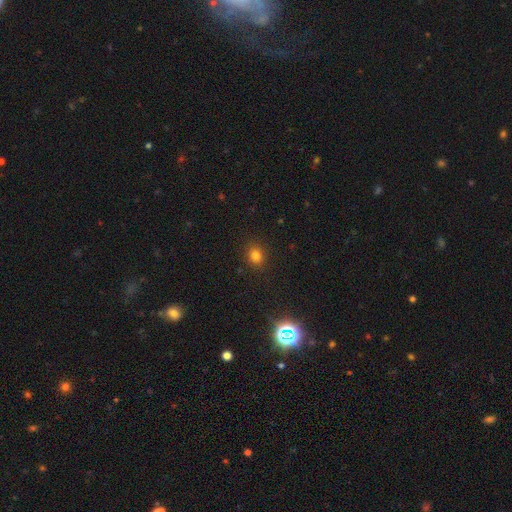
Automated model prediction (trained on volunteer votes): A smooth galaxy with no disk features (77%) that is round (71%). Merging: none (88%).